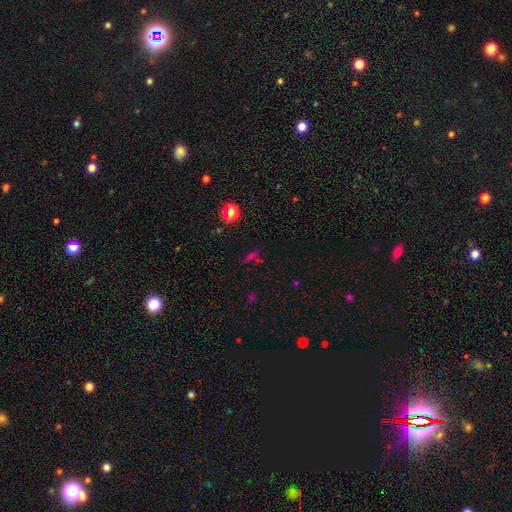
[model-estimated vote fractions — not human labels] Smooth or featured? star or artifact (44%)